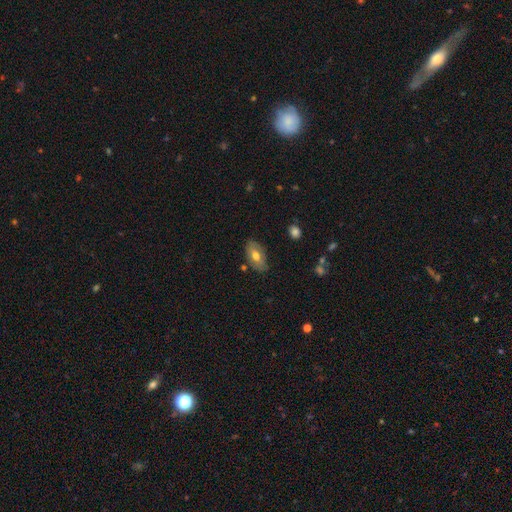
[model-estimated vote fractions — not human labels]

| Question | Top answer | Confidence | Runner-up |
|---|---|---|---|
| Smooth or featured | smooth | 63% | featured or disk (31%) |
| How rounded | in between | 91% | cigar-shaped (5%) |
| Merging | none | 79% | minor disturbance (16%) |